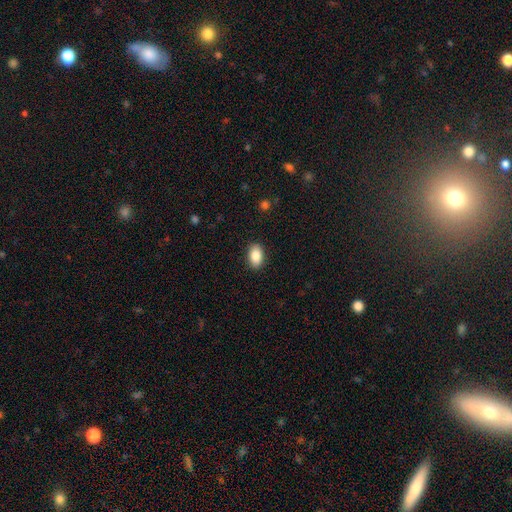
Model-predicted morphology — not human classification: Smooth or featured? Predicted: smooth (p=0.87). How rounded? Predicted: in between (p=0.89). Merging? Predicted: none (p=0.89).